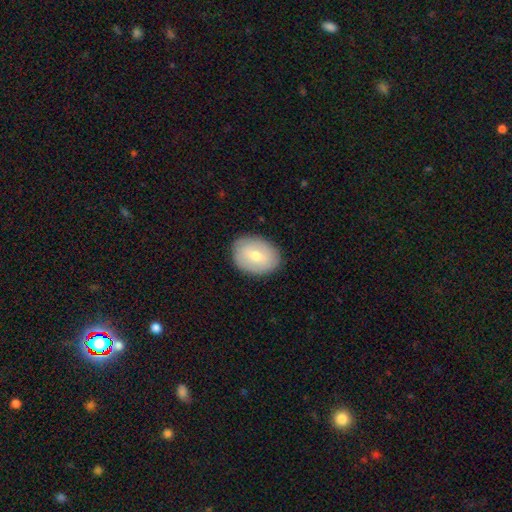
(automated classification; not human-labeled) Morphology: type=smooth (63%); roundness=in between (65%); merging=none (86%).